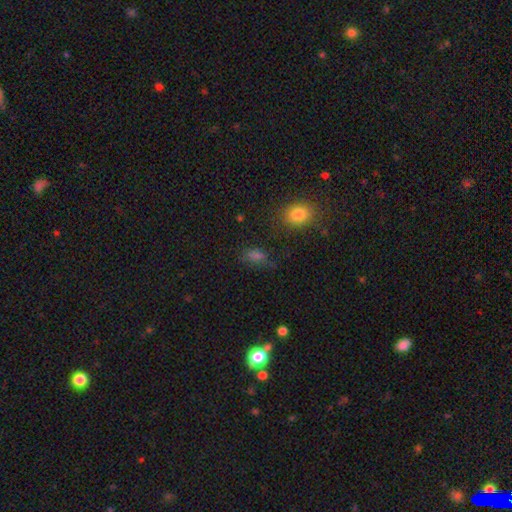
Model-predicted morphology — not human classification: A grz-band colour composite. It shows a smooth galaxy with no disk features (65%) that is in between round and cigar-shaped (79%). Merging: none (68%).